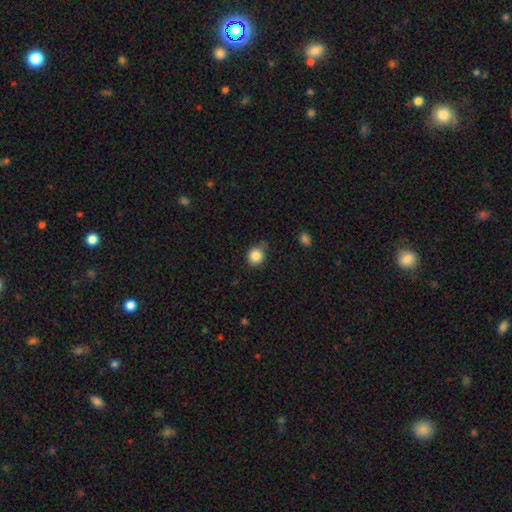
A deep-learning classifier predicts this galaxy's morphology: smooth-or-featured: smooth: 86% | star or artifact: 10% | featured or disk: 5%
  how-rounded: round: 78% | in between: 22% | cigar-shaped: 1%
  merging: none: 76% | minor disturbance: 17% | major disturbance: 4% | merger: 3%